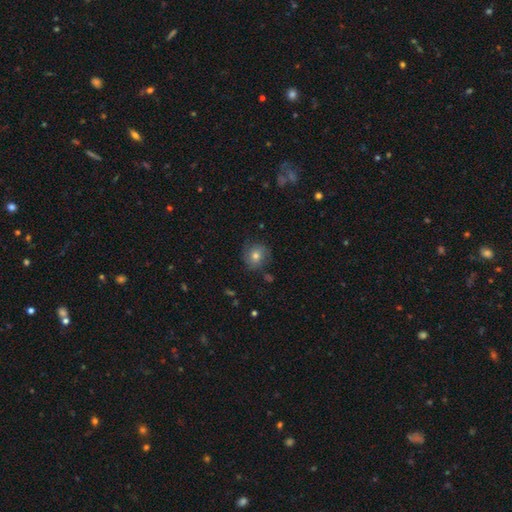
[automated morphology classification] This appears to be a smooth galaxy with no disk features (53%) that is round (84%). Merging: none (74%).